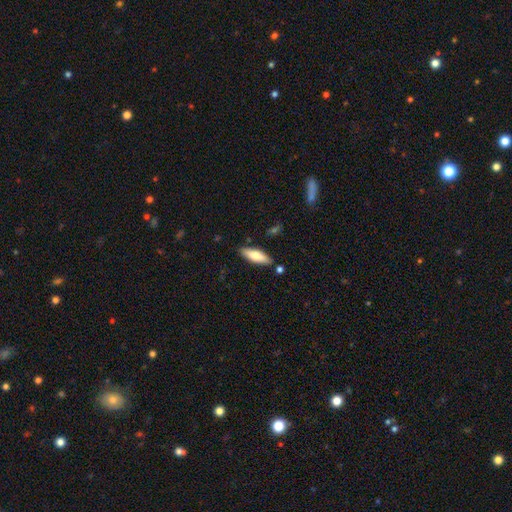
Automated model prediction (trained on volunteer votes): Q: Smooth or featured?
A: smooth (73%); runner-up: featured or disk (21%)
Q: How rounded?
A: in between (56%); runner-up: cigar-shaped (42%)
Q: Merging?
A: none (84%); runner-up: minor disturbance (10%)